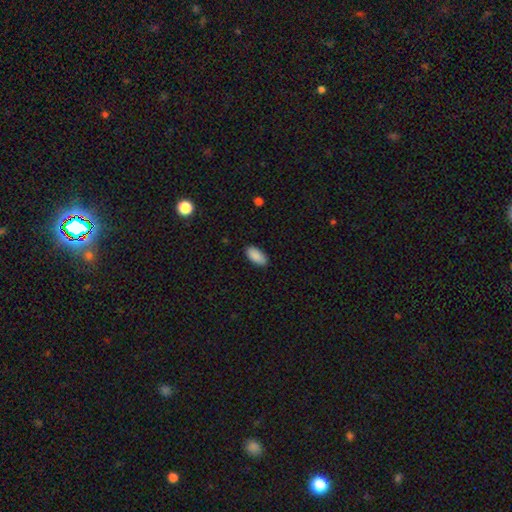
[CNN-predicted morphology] A smooth galaxy with no disk features (90%) that is in between round and cigar-shaped (92%).

Vote fractions:
- Smooth or featured? smooth: 90% / star or artifact: 6% / featured or disk: 3%
- How rounded? in between: 92% / cigar-shaped: 6% / round: 2%
- Merging? none: 88% / minor disturbance: 9% / major disturbance: 2% / merger: 1%